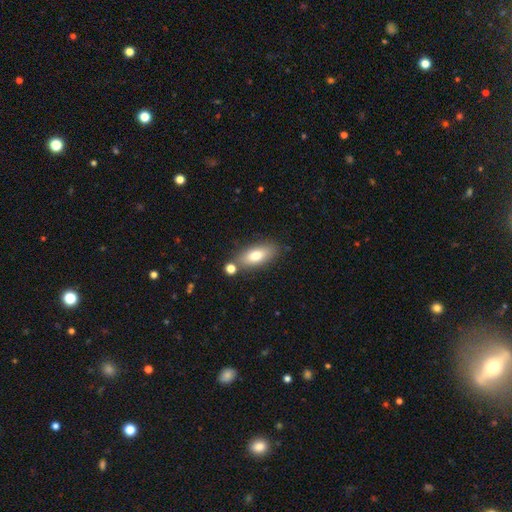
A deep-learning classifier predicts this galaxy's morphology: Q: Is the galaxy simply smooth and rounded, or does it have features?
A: smooth — 76%.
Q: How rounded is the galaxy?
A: in between — 81%.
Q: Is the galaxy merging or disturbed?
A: none — 74%.